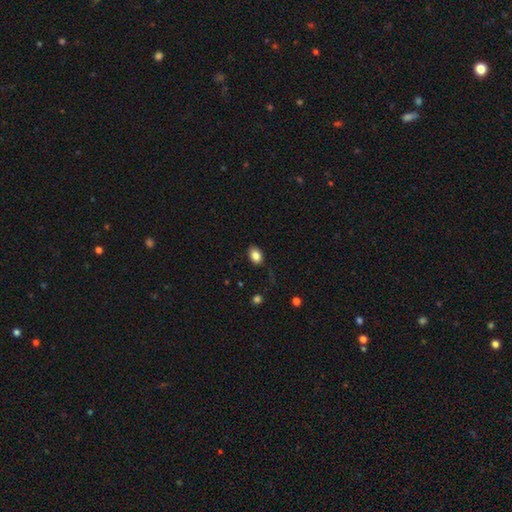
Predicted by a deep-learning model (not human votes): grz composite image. It shows a smooth galaxy with no disk features (85%) that is in between round and cigar-shaped (80%). Merging: none (83%).